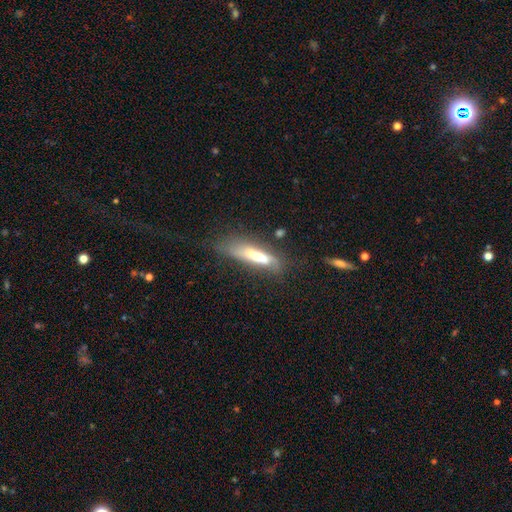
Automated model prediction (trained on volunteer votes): smooth_or_featured: smooth (p=0.54) [alt: featured or disk p=0.37]
how_rounded: cigar-shaped (p=0.70) [alt: in between p=0.28]
merging: none (p=0.41) [alt: minor disturbance p=0.24]